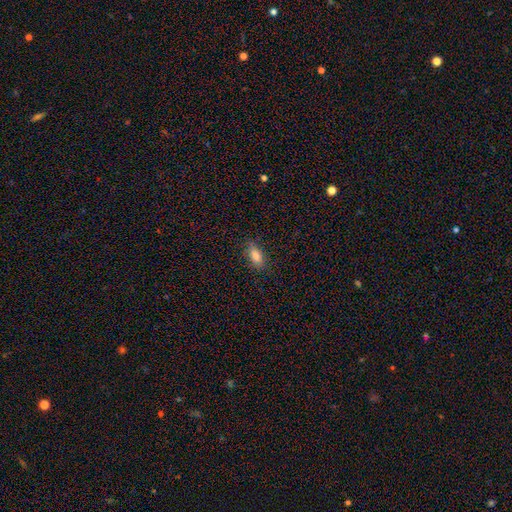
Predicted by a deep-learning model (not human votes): Smooth or featured: smooth — 81% (star or artifact — 10%)
How rounded: in between — 82% (cigar-shaped — 13%)
Merging: none — 81% (minor disturbance — 15%)